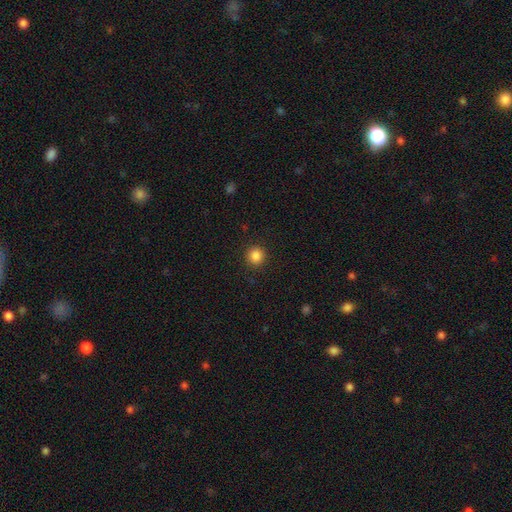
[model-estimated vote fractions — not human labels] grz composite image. It shows a smooth galaxy with no disk features (86%) that is round (94%). Merging: none (92%).